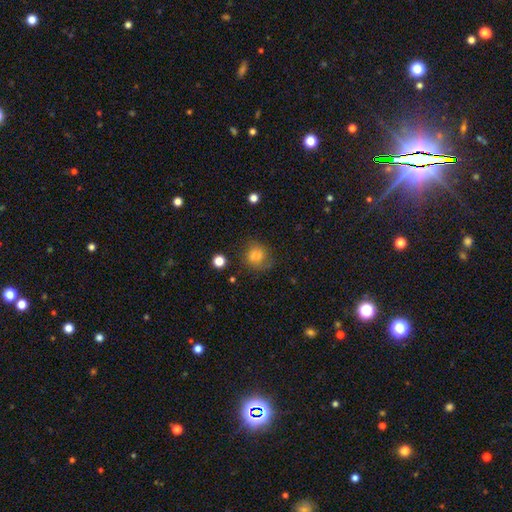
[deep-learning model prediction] This is likely a smooth galaxy (75%). How rounded: likely round (70%). Merging: likely none (60%).